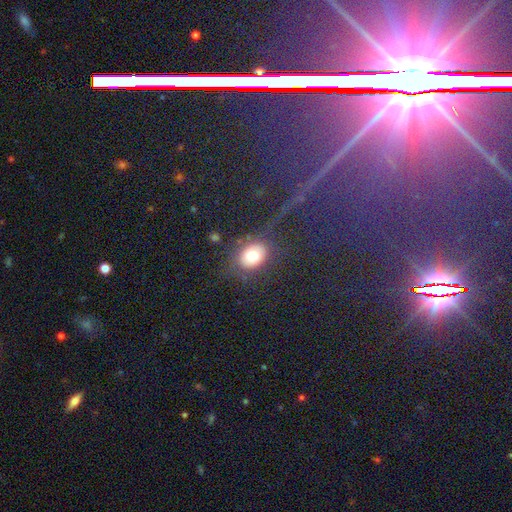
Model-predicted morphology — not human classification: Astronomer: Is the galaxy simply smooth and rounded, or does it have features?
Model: smooth — 72%.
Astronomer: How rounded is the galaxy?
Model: in between — 64%.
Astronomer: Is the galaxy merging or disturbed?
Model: none — 74%.